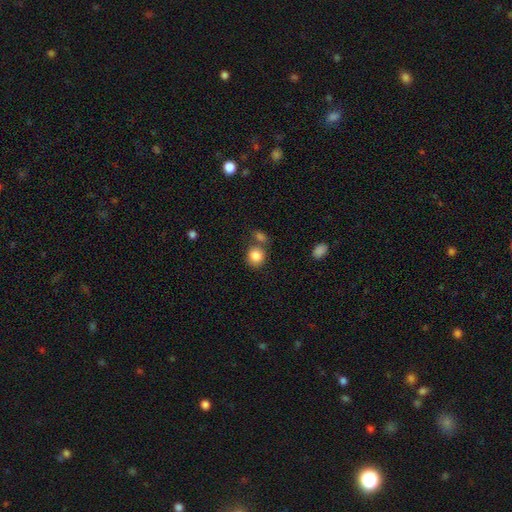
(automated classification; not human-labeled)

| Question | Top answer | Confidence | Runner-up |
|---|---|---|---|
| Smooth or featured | smooth | 85% | star or artifact (9%) |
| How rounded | round | 80% | in between (19%) |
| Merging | none | 62% | merger (23%) |